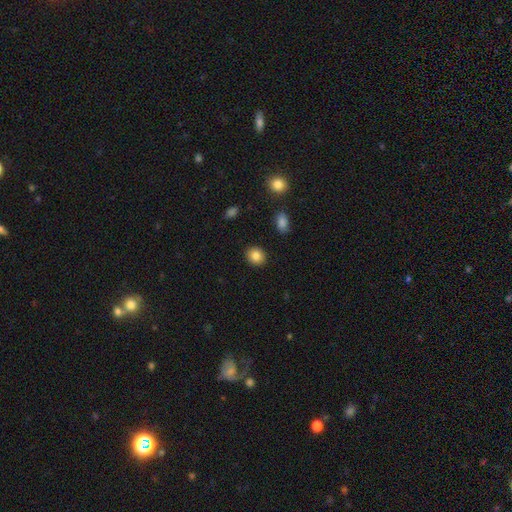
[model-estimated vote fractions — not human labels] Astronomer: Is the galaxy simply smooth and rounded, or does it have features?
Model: smooth — 85%.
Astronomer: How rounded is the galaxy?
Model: round — 71%.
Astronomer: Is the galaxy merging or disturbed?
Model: none — 90%.